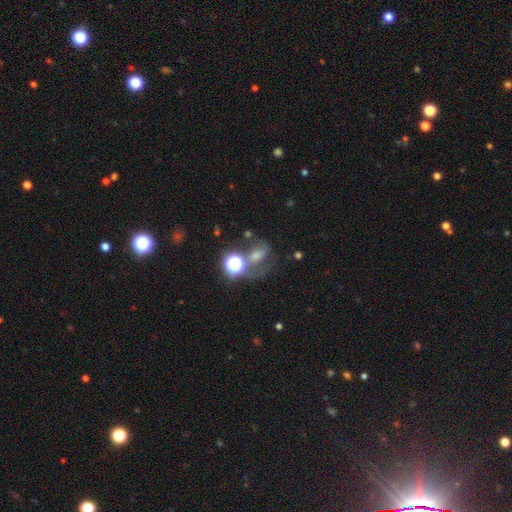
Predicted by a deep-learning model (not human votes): Q: Smooth or featured?
A: star or artifact (37%); runner-up: smooth (32%)